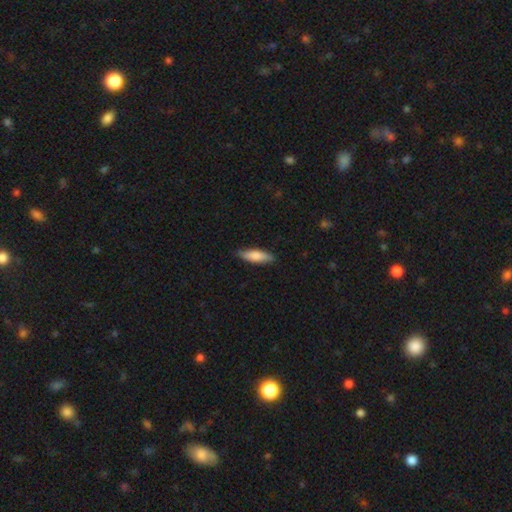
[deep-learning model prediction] This is likely a smooth galaxy (76%). How rounded: possibly cigar-shaped (55%). Merging: clearly none (85%).